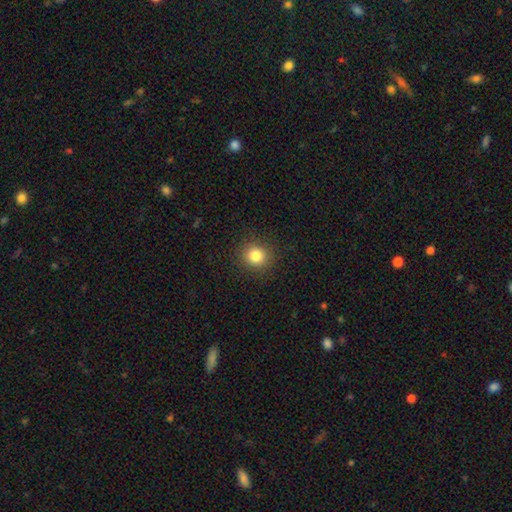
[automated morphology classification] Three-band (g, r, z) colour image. It shows a smooth galaxy with no disk features (82%) that is round (89%). Merging: none (90%).